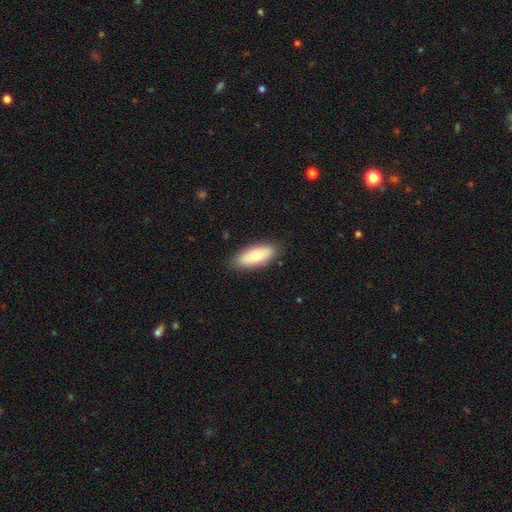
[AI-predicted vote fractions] smooth_or_featured: smooth (p=0.84) [alt: featured or disk p=0.10]
how_rounded: in between (p=0.72) [alt: cigar-shaped p=0.26]
merging: none (p=0.85) [alt: minor disturbance p=0.11]